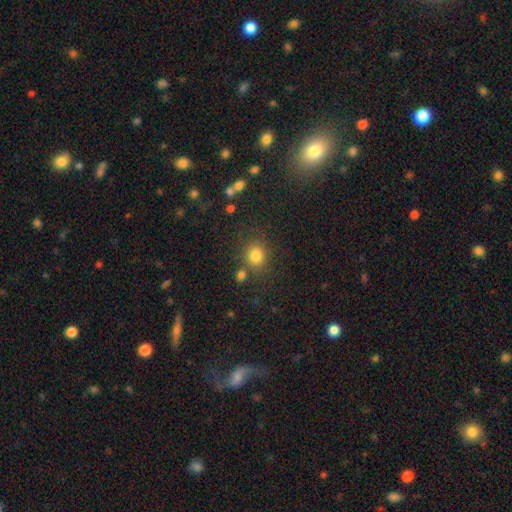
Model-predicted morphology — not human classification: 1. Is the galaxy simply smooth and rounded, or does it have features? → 80% smooth, 13% star or artifact, 7% featured or disk.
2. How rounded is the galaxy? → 76% round, 23% in between, 1% cigar-shaped.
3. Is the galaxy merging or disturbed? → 72% none, 12% minor disturbance, 11% merger, 5% major disturbance.